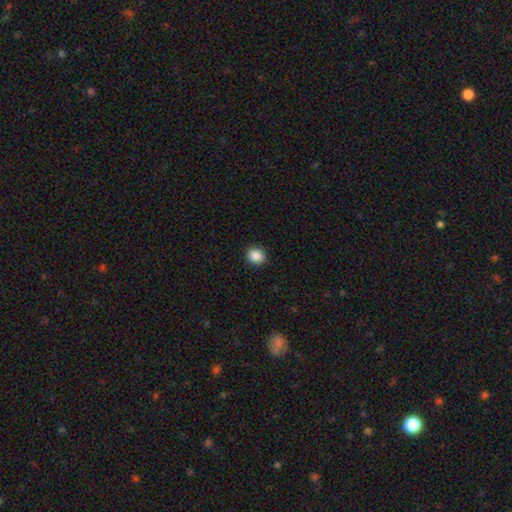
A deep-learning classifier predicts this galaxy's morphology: Smooth or featured: smooth — 87% (star or artifact — 9%)
How rounded: round — 76% (in between — 23%)
Merging: none — 92% (minor disturbance — 6%)